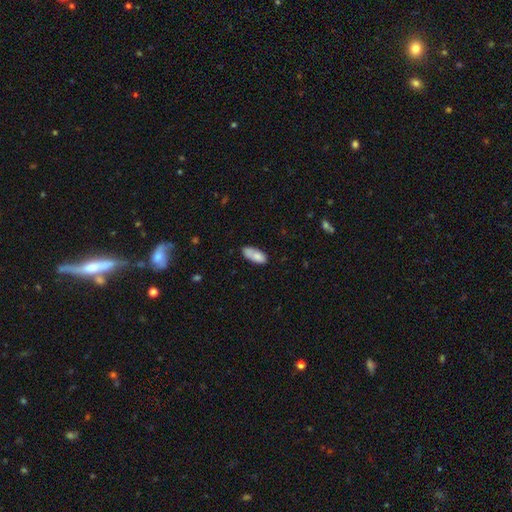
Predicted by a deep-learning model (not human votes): This appears to be a smooth galaxy with no disk features (81%) that is in between round and cigar-shaped (83%). Merging: none (61%).